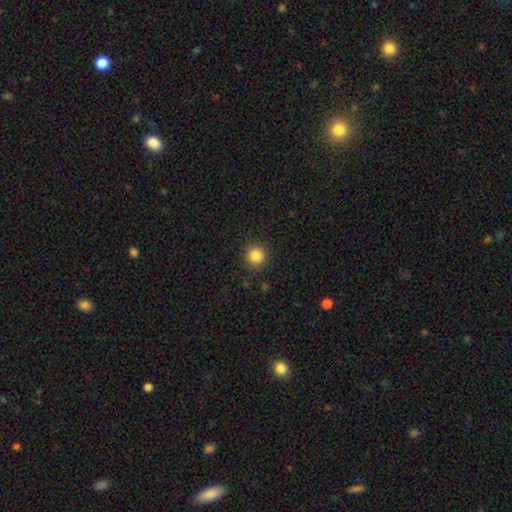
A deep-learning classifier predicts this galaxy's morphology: This is clearly a smooth galaxy (86%). How rounded: clearly round (94%). Merging: clearly none (91%).